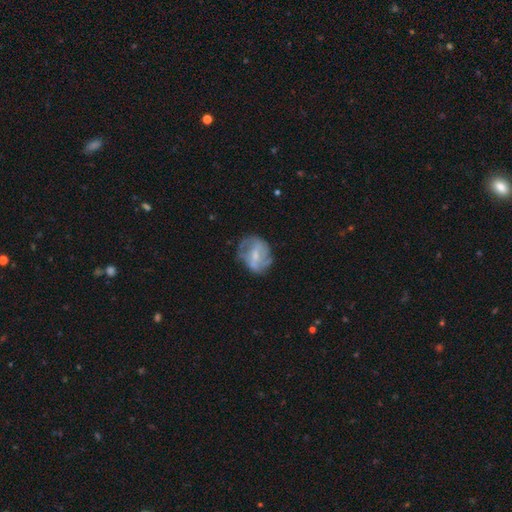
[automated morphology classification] Overall: featured or disk (66%; smooth 27%). Edge-on disk: no (97%). Bar: weak (50%; no 30%). Spiral arms: yes (71%). Bulge size: small (44%; moderate 38%). Merging: none (60%; minor disturbance 24%).